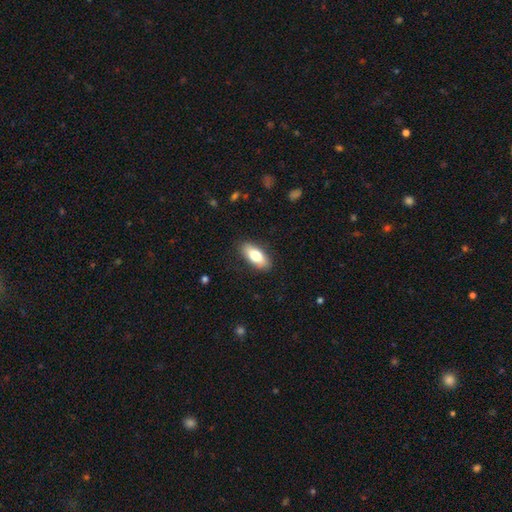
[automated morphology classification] This appears to be a smooth galaxy with no disk features (75%) that is in between round and cigar-shaped (82%). Merging: none (87%).